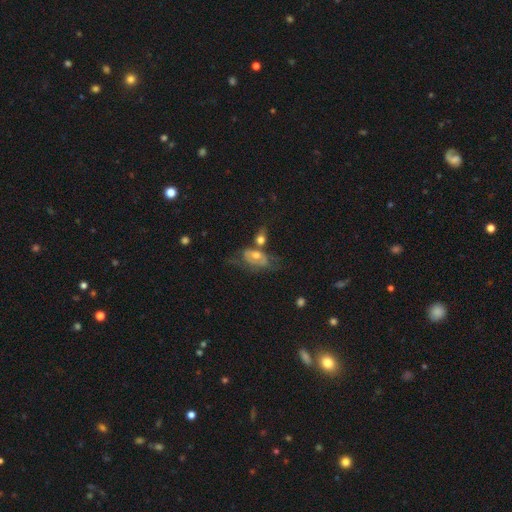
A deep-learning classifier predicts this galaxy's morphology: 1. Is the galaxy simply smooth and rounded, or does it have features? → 50% featured or disk, 42% smooth, 9% star or artifact.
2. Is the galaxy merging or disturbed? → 31% none, 27% merger, 22% minor disturbance, 20% major disturbance.